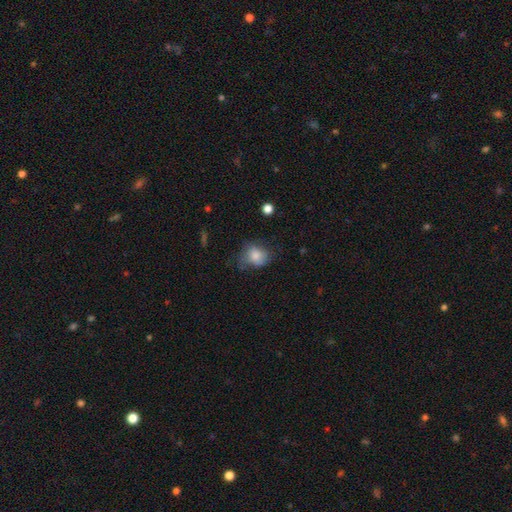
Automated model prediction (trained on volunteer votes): smooth-or-featured: smooth: 78% | featured or disk: 13% | star or artifact: 9%
  how-rounded: round: 54% | in between: 45% | cigar-shaped: 1%
  merging: none: 47% | minor disturbance: 33% | major disturbance: 18% | merger: 2%